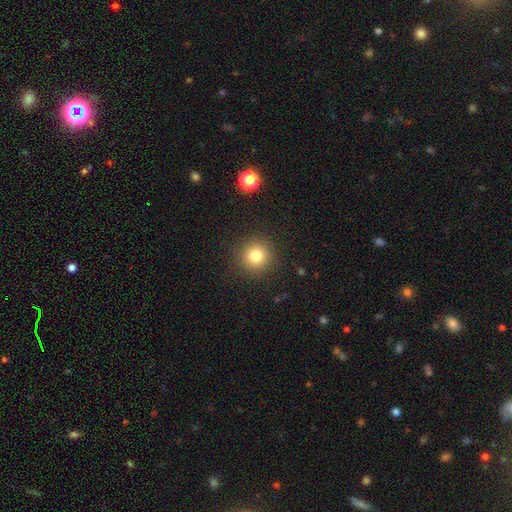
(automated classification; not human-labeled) A smooth galaxy with no disk features (80%) that is round (95%).

Vote fractions:
- Smooth or featured? smooth: 80% / star or artifact: 13% / featured or disk: 7%
- How rounded? round: 95% / in between: 4% / cigar-shaped: 1%
- Merging? none: 91% / minor disturbance: 6% / major disturbance: 2% / merger: 1%